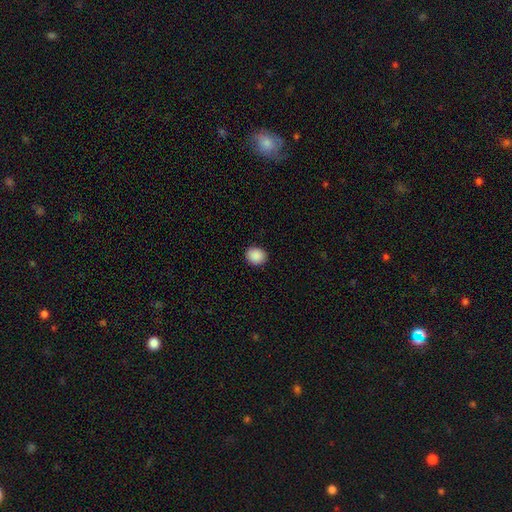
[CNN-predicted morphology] This appears to be a smooth galaxy with no disk features (90%) that is round (69%). Merging: none (90%).